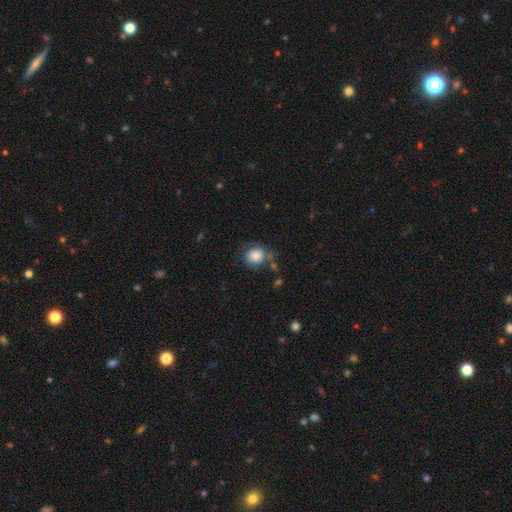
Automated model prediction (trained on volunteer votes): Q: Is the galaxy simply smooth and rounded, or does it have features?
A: smooth — 84%.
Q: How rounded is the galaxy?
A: round — 72%.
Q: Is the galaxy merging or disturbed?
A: none — 61%.